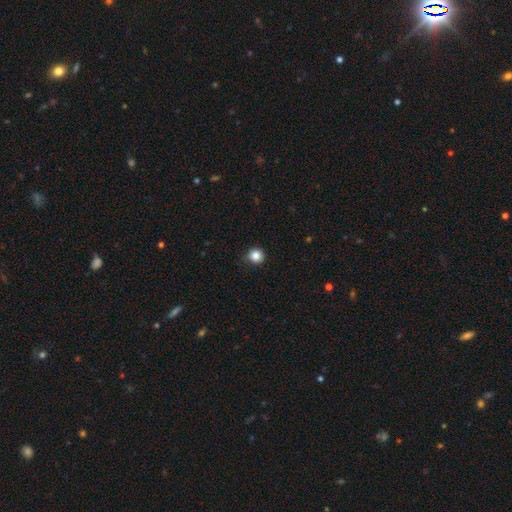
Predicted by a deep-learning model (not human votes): smooth_or_featured: smooth (p=0.85) [alt: star or artifact p=0.11]
how_rounded: round (p=0.93) [alt: in between p=0.06]
merging: none (p=0.84) [alt: minor disturbance p=0.12]